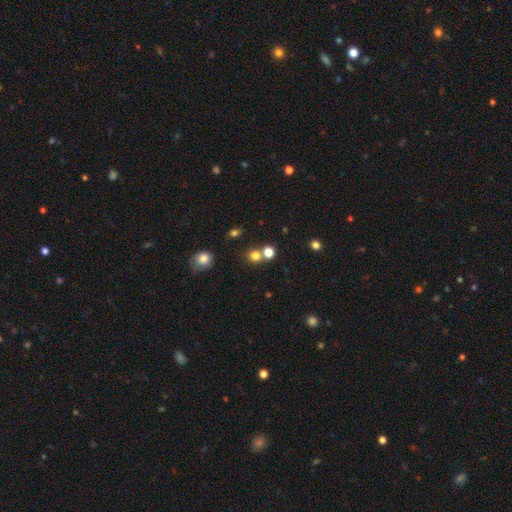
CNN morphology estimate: smooth-or-featured: smooth: 76% | star or artifact: 17% | featured or disk: 7%
  how-rounded: round: 83% | in between: 16% | cigar-shaped: 1%
  merging: none: 62% | merger: 27% | minor disturbance: 8% | major disturbance: 3%